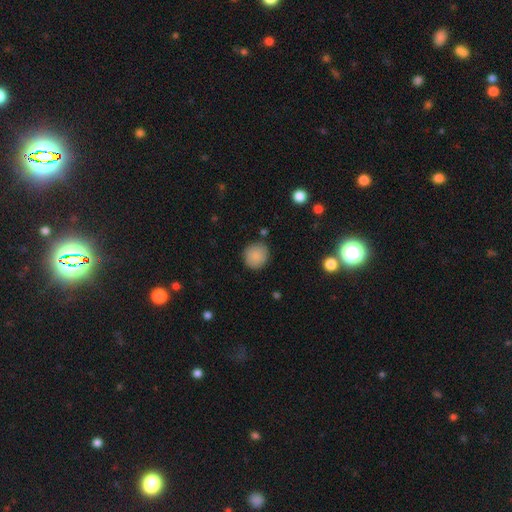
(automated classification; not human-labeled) Morphology: type=smooth (87%); roundness=round (91%); merging=none (86%).